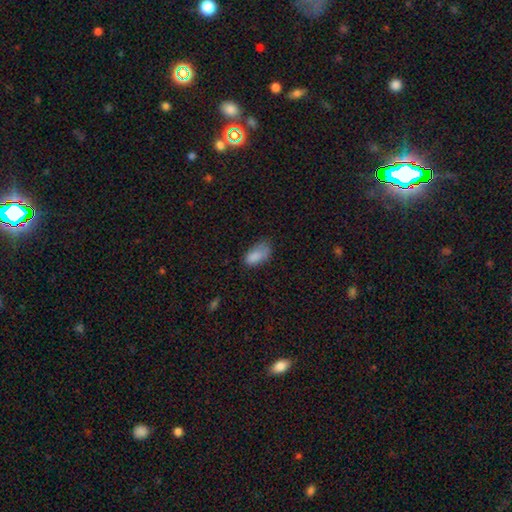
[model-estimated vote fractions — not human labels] Smooth or featured?
  - smooth: 83% *
  - star or artifact: 9%
  - featured or disk: 8%
How rounded?
  - in between: 92% *
  - round: 4%
  - cigar-shaped: 4%
Merging?
  - none: 48% *
  - minor disturbance: 36%
  - major disturbance: 14%
  - merger: 2%